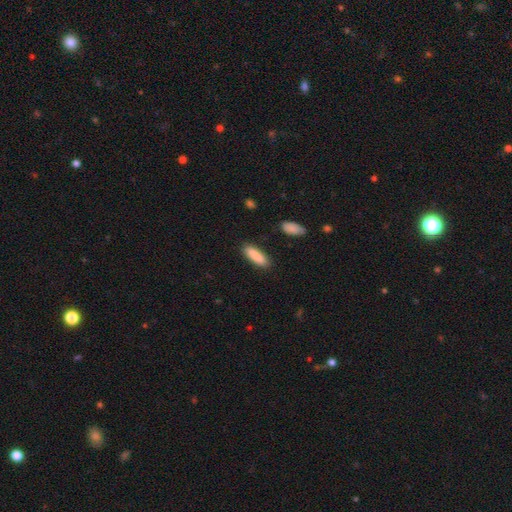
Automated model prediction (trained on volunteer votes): Smooth or featured? smooth (88%)
How rounded? cigar-shaped (60%)
Merging? none (88%)